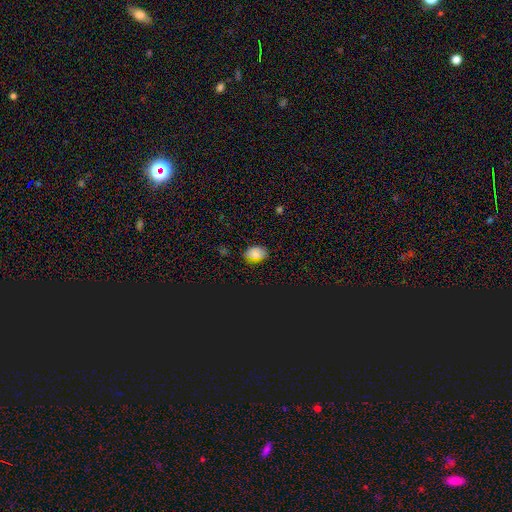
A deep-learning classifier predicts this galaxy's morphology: This is likely a smooth galaxy (70%). How rounded: clearly in between (83%). Merging: likely none (80%).